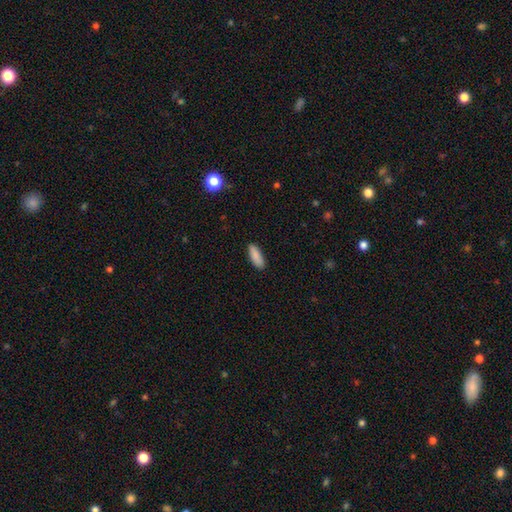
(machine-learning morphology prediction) A smooth galaxy with no disk features (89%) that is in between round and cigar-shaped (67%). Merging: none (88%).